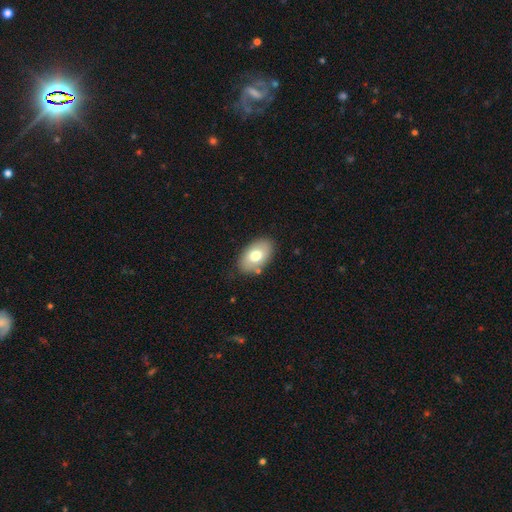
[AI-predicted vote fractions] Overall: smooth (72%). How rounded: in between (92%). Merging: none (82%).